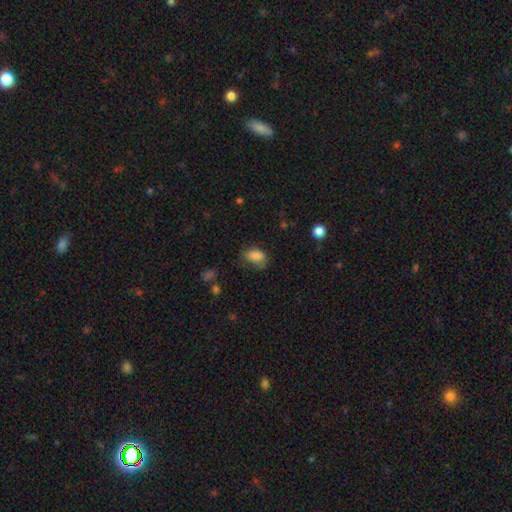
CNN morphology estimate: type=smooth (84%); roundness=in between (84%); merging=none (58%).